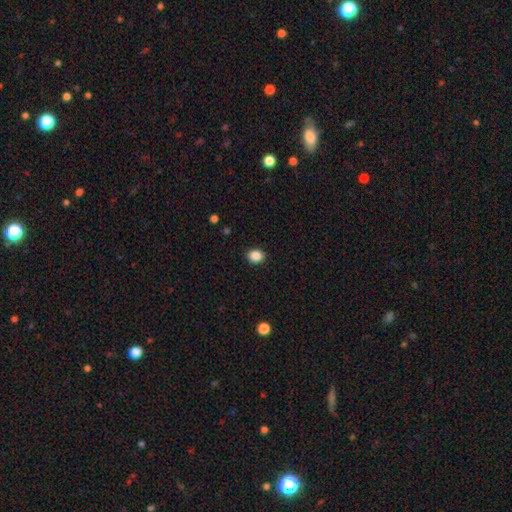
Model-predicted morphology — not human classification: This appears to be a smooth galaxy with no disk features (88%) that is round (54%). Merging: none (90%).